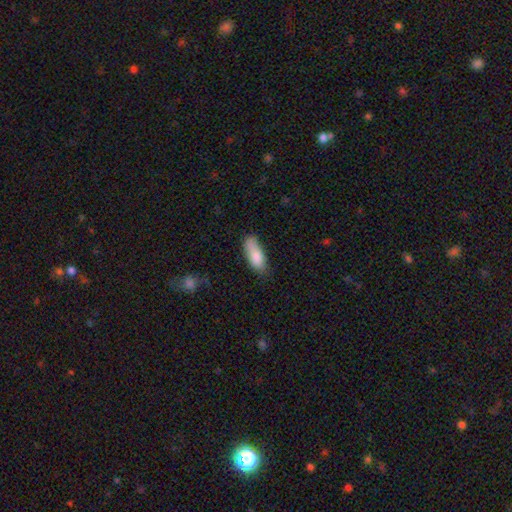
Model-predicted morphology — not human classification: Smooth or featured? Predicted: smooth (p=0.83). How rounded? Predicted: in between (p=0.76). Merging? Predicted: none (p=0.57).